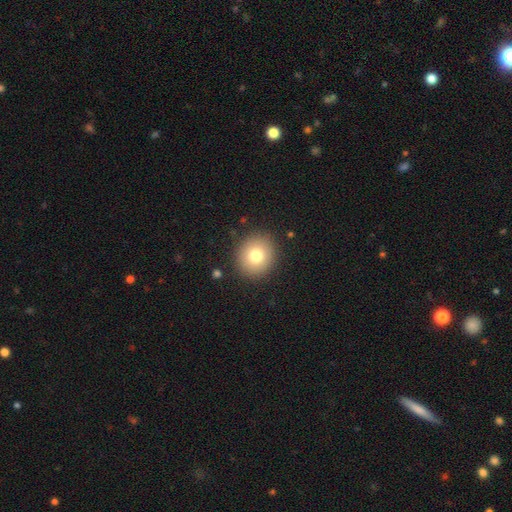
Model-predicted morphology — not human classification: The model was most divided on "smooth or featured": smooth: 77%, featured or disk: 12%, star or artifact: 11%. More confident: merging — none (89%); how rounded — round (84%).